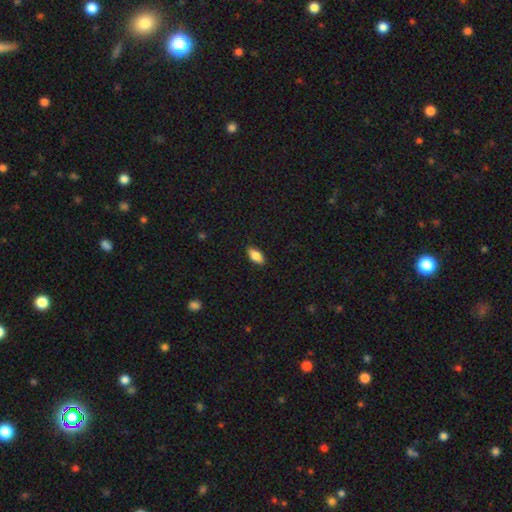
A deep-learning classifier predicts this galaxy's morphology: smooth_or_featured: smooth (p=0.84) [alt: featured or disk p=0.09]
how_rounded: in between (p=0.88) [alt: cigar-shaped p=0.09]
merging: none (p=0.87) [alt: minor disturbance p=0.10]